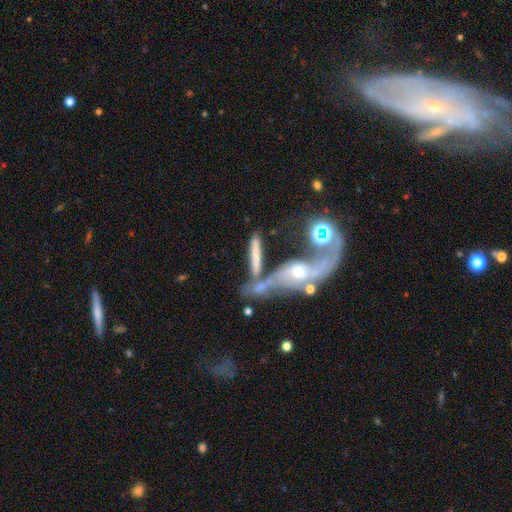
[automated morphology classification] This is possibly a smooth galaxy (49%). Merging: possibly merger (48%).